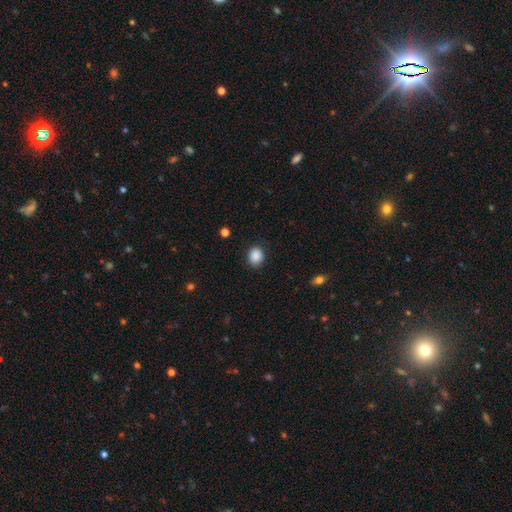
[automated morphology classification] This is clearly a smooth galaxy (88%). How rounded: likely round (68%). Merging: clearly none (88%).